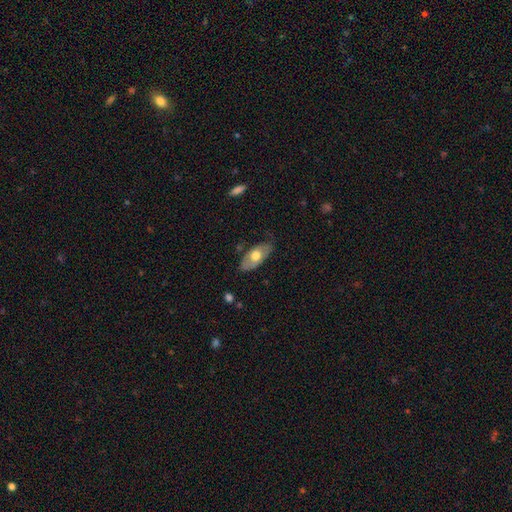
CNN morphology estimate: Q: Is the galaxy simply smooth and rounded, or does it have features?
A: smooth — 54%.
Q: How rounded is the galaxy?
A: in between — 91%.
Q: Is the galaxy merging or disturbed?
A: none — 73%.